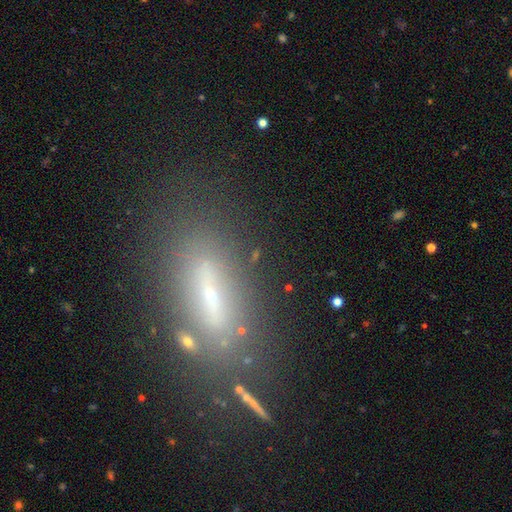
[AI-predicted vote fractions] A featured or disk galaxy (51%) viewed edge-on (56%). Merging: none (73%).